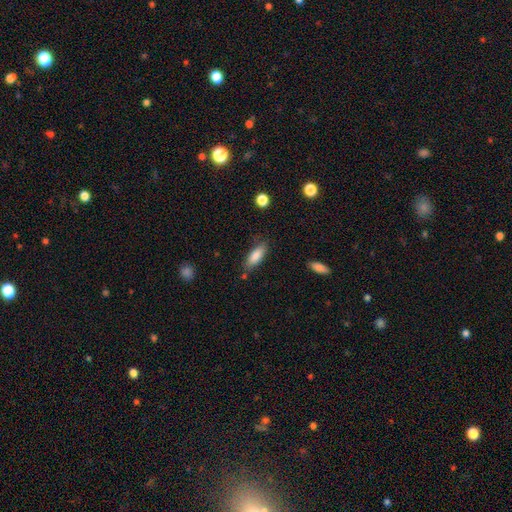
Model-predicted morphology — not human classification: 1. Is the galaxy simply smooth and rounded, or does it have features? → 84% smooth, 9% featured or disk, 7% star or artifact.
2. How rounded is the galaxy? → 69% in between, 29% cigar-shaped, 2% round.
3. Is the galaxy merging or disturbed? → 73% none, 18% minor disturbance, 4% major disturbance, 4% merger.